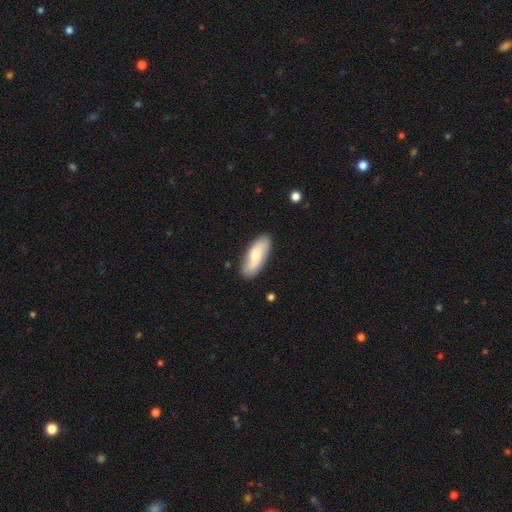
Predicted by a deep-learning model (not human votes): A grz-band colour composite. It shows a smooth galaxy with no disk features (70%) that is in between round and cigar-shaped (74%). Merging: none (80%).